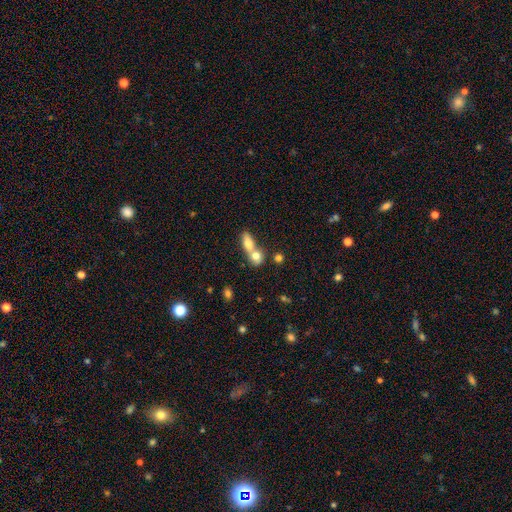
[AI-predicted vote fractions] This appears to be a smooth galaxy with no disk features (74%) that is in between round and cigar-shaped (51%). Merging: merger (72%).